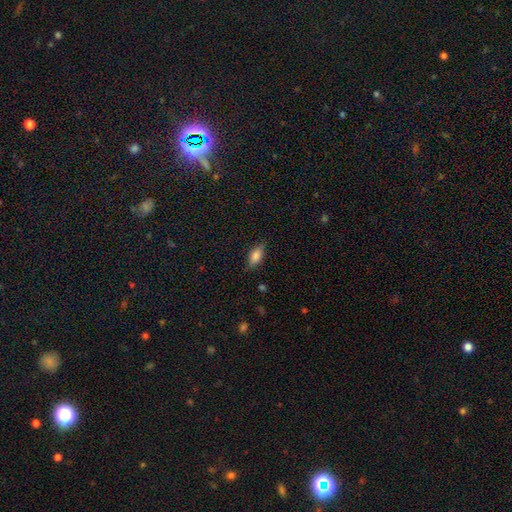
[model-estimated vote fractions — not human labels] Morphology: type=smooth (81%); roundness=in between (86%); merging=none (82%).